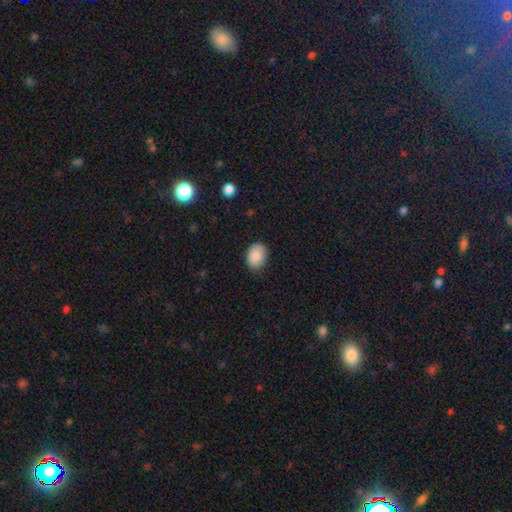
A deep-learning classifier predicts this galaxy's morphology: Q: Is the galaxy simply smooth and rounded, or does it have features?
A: smooth — 88%.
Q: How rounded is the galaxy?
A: in between — 64%.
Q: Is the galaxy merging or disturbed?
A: none — 82%.